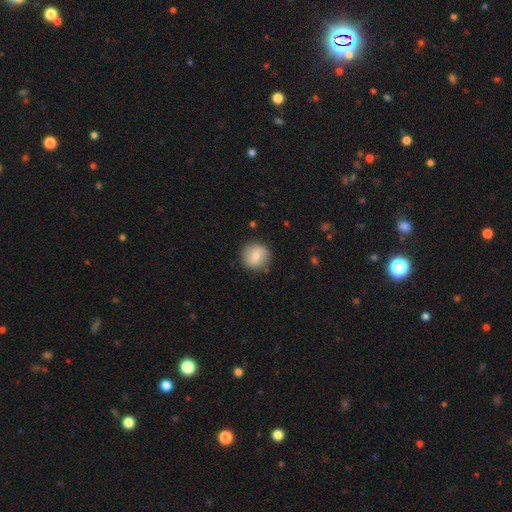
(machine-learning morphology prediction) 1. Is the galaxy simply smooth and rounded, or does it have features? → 66% smooth, 27% featured or disk, 7% star or artifact.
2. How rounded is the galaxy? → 91% round, 8% in between, 1% cigar-shaped.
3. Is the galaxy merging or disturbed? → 86% none, 10% minor disturbance, 3% major disturbance, 1% merger.